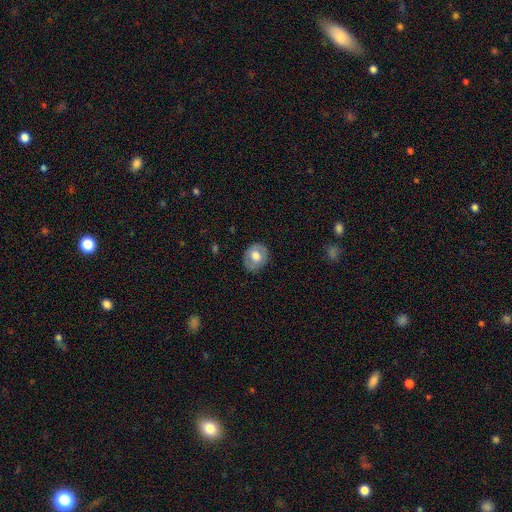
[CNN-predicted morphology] Smooth or featured?
  - smooth: 66% *
  - featured or disk: 26%
  - star or artifact: 7%
How rounded?
  - round: 56% *
  - in between: 43%
  - cigar-shaped: 1%
Merging?
  - none: 83% *
  - minor disturbance: 13%
  - major disturbance: 3%
  - merger: 1%